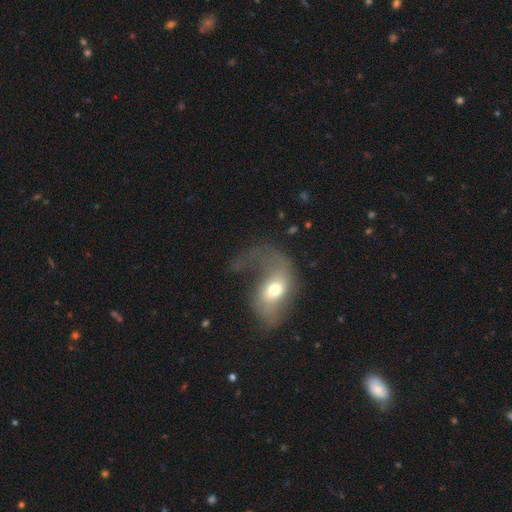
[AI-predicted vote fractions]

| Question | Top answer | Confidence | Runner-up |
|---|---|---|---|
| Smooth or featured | featured or disk | 61% | smooth (29%) |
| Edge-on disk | no | 95% | yes (5%) |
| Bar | no | 61% | weak (29%) |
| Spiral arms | yes | 73% | no (27%) |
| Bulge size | moderate | 68% | small (18%) |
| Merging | major disturbance | 48% | none (29%) |